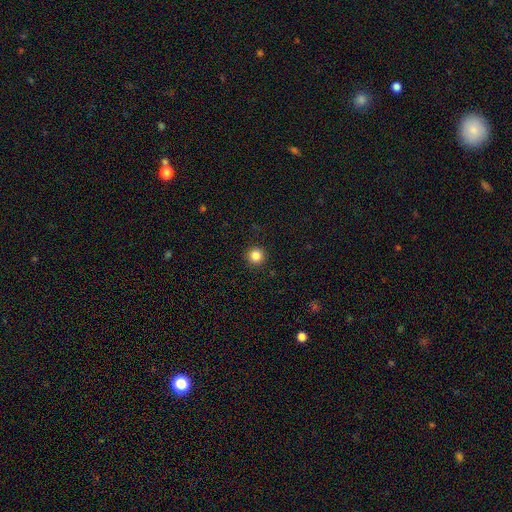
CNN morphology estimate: Smooth or featured? smooth (85%)
How rounded? round (96%)
Merging? none (93%)